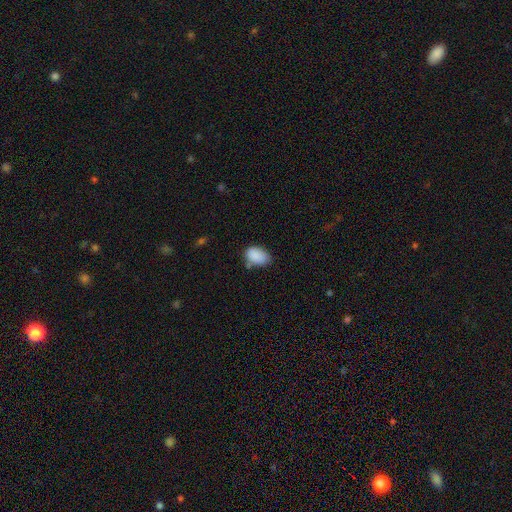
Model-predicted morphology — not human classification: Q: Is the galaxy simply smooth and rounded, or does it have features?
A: smooth — 88%.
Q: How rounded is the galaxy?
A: in between — 87%.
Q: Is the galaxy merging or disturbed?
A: none — 60%.